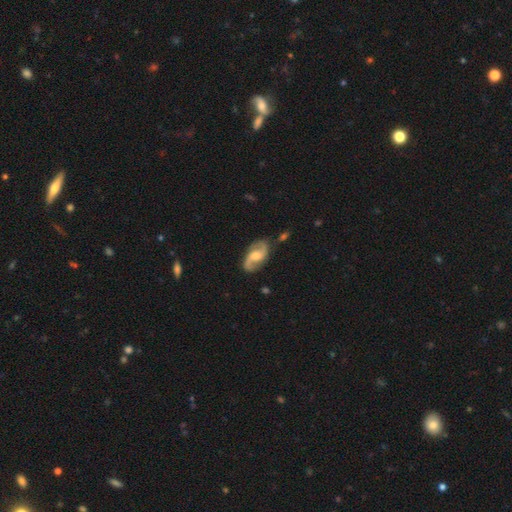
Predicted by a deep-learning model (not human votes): Smooth or featured?
  - featured or disk: 82% *
  - smooth: 13%
  - star or artifact: 5%
Edge-on disk?
  - no: 96% *
  - yes: 4%
Bar?
  - no: 45% *
  - weak: 44%
  - strong: 11%
Spiral arms?
  - yes: 95% *
  - no: 5%
Spiral winding?
  - loose: 48% *
  - medium: 41%
  - tight: 11%
Spiral arm count?
  - 2: 92% *
  - can't tell: 3%
  - 1: 2%
  - 3: 1%
  - 4: 1%
  - more than 4: 1%
Bulge size?
  - moderate: 64% *
  - small: 21%
  - large: 10%
  - none: 4%
  - dominant: 1%
Merging?
  - none: 79% *
  - minor disturbance: 14%
  - major disturbance: 4%
  - merger: 3%